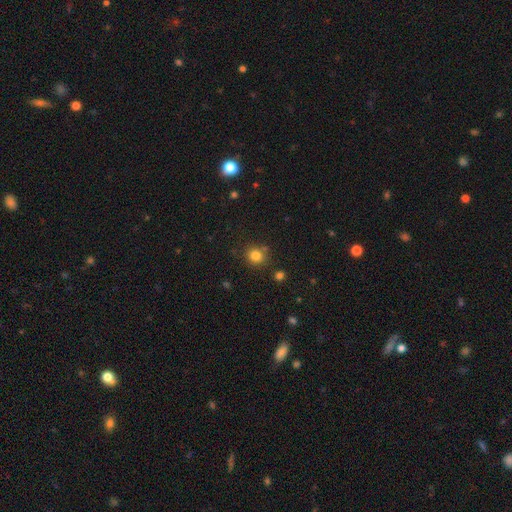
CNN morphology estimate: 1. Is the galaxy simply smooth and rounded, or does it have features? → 81% smooth, 13% star or artifact, 6% featured or disk.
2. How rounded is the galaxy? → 85% round, 14% in between, 1% cigar-shaped.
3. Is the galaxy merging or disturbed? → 80% none, 10% minor disturbance, 7% merger, 3% major disturbance.